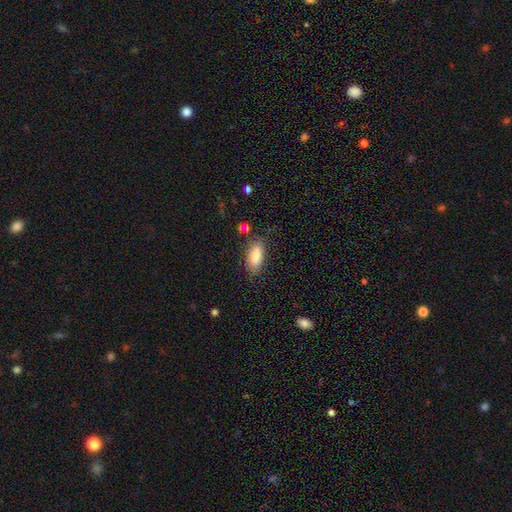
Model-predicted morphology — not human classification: A smooth galaxy with no disk features (81%) that is in between round and cigar-shaped (77%). Merging: none (79%).